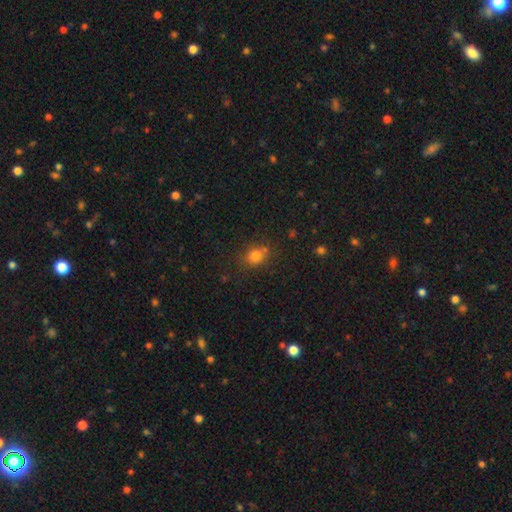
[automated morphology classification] This is likely a smooth galaxy (79%). How rounded: likely round (70%). Merging: likely none (69%).